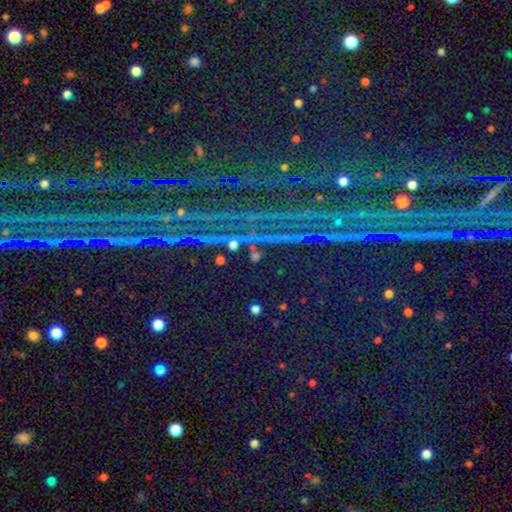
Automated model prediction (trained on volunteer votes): Overall: star or artifact (78%).